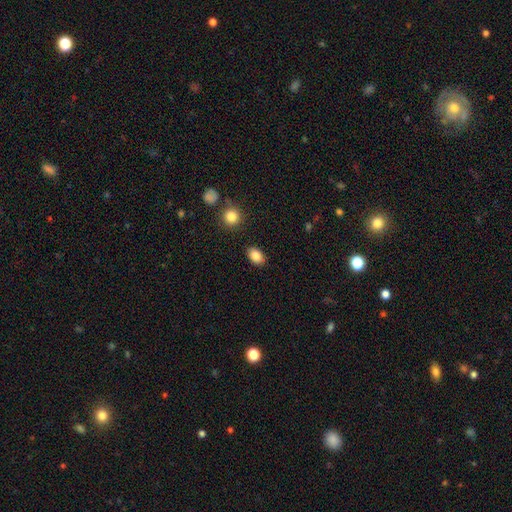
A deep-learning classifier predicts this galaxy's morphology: Smooth or featured? smooth (86%)
How rounded? in between (79%)
Merging? none (86%)